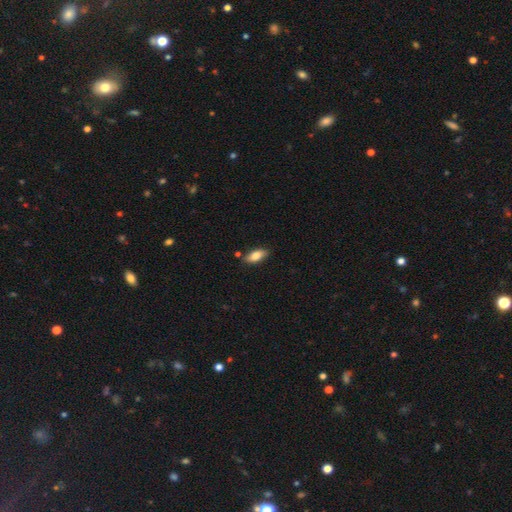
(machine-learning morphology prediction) This is likely a smooth galaxy (80%). How rounded: clearly in between (82%). Merging: clearly none (81%).